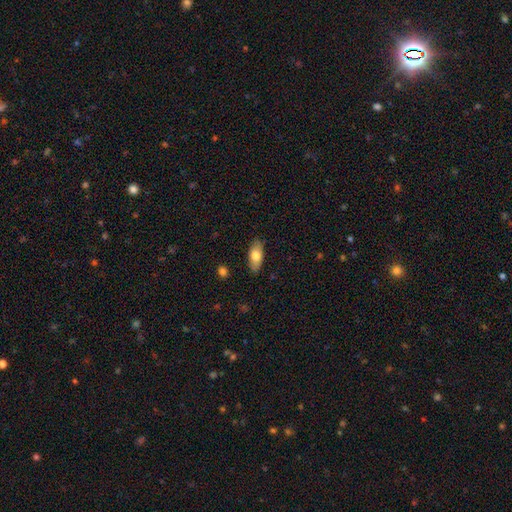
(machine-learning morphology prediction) Smooth or featured: smooth — 75% (featured or disk — 19%)
How rounded: in between — 83% (cigar-shaped — 14%)
Merging: none — 87% (minor disturbance — 10%)